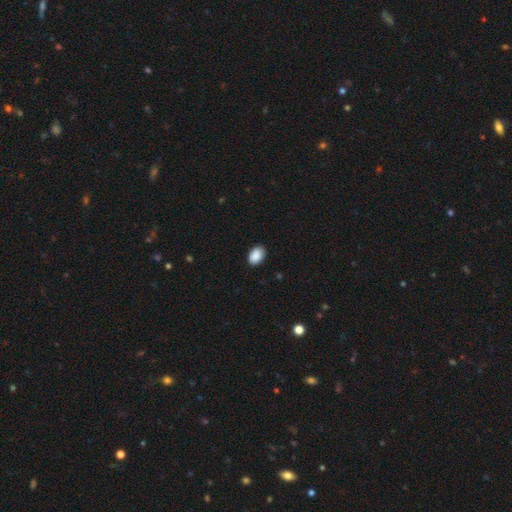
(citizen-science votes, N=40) Smooth or featured: smooth — 82% (star or artifact — 10%)
How rounded: in between — 79% (round — 21%)
Merging: none — 75% (minor disturbance — 22%)